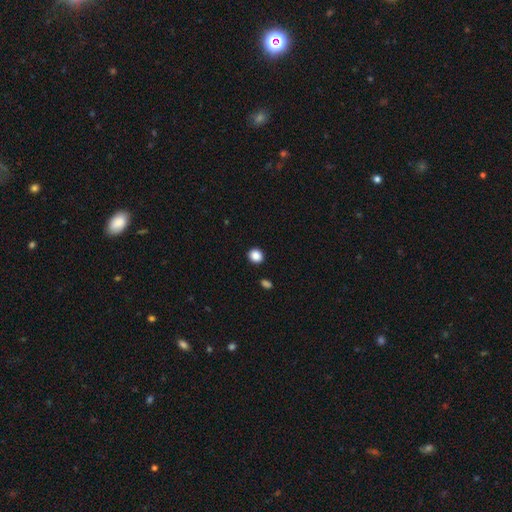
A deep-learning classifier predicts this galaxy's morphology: Smooth or featured? smooth (88%)
How rounded? round (79%)
Merging? none (90%)